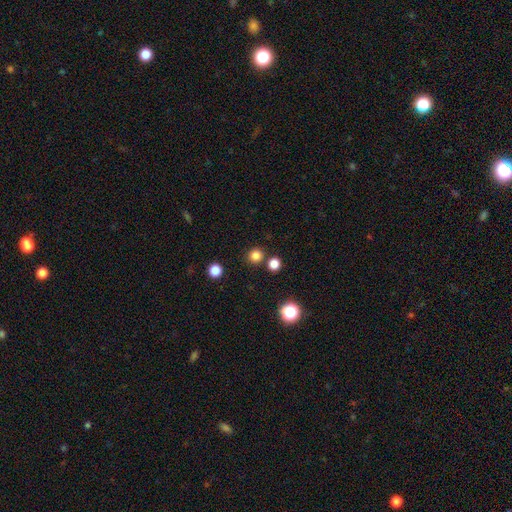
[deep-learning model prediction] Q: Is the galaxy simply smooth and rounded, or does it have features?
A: smooth — 81%.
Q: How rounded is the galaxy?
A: round — 93%.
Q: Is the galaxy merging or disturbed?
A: none — 83%.